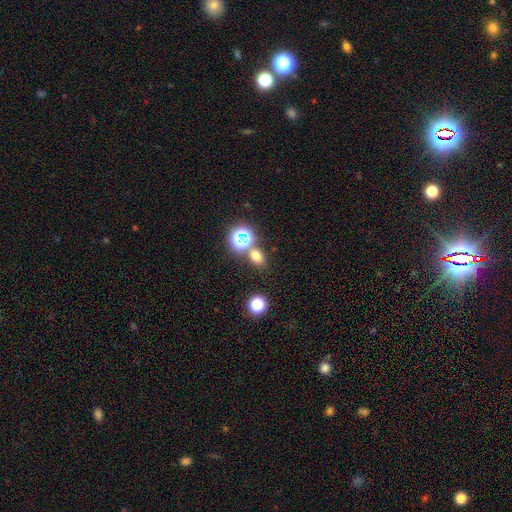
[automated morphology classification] Smooth or featured? smooth (65%)
How rounded? in between (51%)
Merging? none (71%)